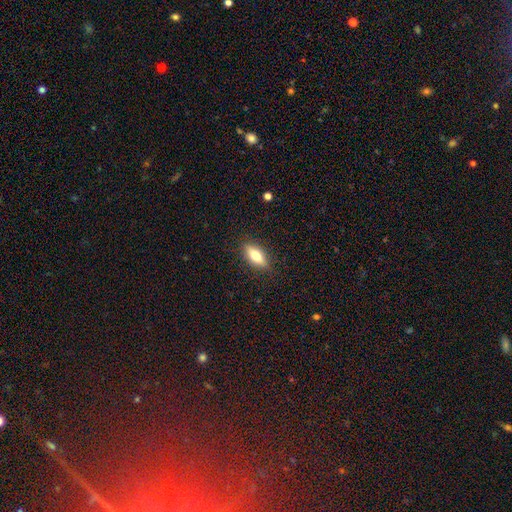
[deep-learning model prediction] smooth 67%, featured or disk 26%, star or artifact 7%. Down the decision tree: how rounded — in between (70%); merging — none (87%).